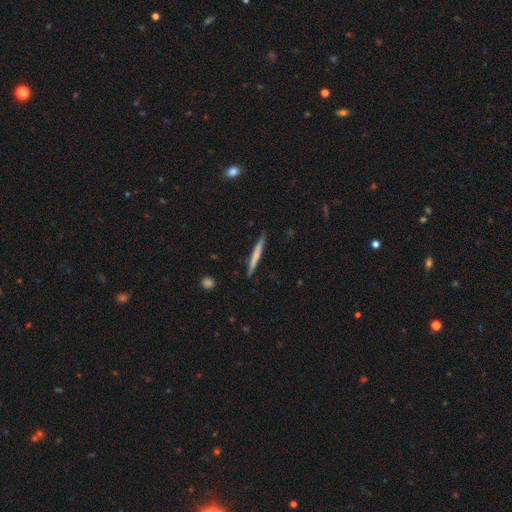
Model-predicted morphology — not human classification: Overall: smooth (55%; featured or disk 39%). How rounded: cigar-shaped (96%). Merging: none (88%).